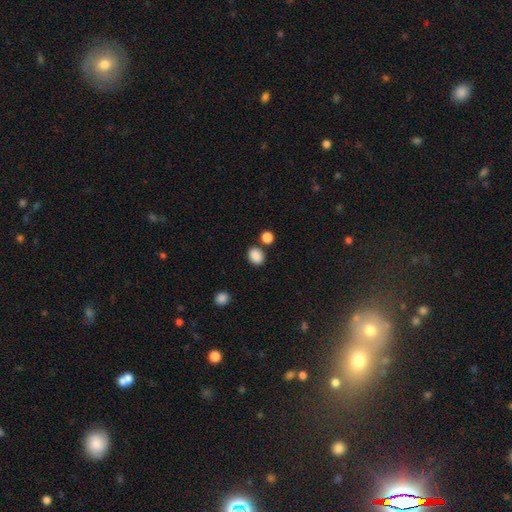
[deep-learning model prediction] This appears to be a smooth galaxy with no disk features (87%) that is in between round and cigar-shaped (56%). Merging: none (76%).